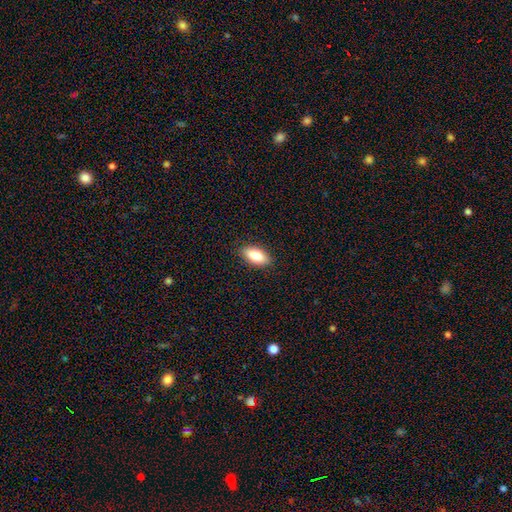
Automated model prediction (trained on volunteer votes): Smooth or featured?
  - smooth: 81% *
  - featured or disk: 12%
  - star or artifact: 7%
How rounded?
  - in between: 88% *
  - cigar-shaped: 9%
  - round: 3%
Merging?
  - none: 88% *
  - minor disturbance: 9%
  - major disturbance: 2%
  - merger: 1%